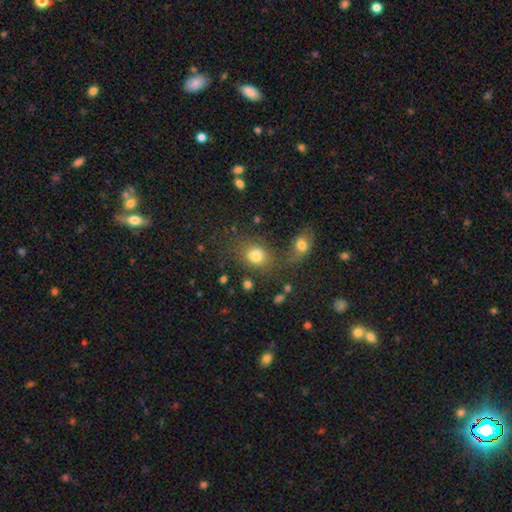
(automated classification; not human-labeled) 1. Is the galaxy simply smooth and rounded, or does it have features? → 79% smooth, 13% star or artifact, 8% featured or disk.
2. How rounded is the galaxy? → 51% round, 47% in between, 1% cigar-shaped.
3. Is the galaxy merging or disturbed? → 54% none, 24% merger, 14% minor disturbance, 8% major disturbance.